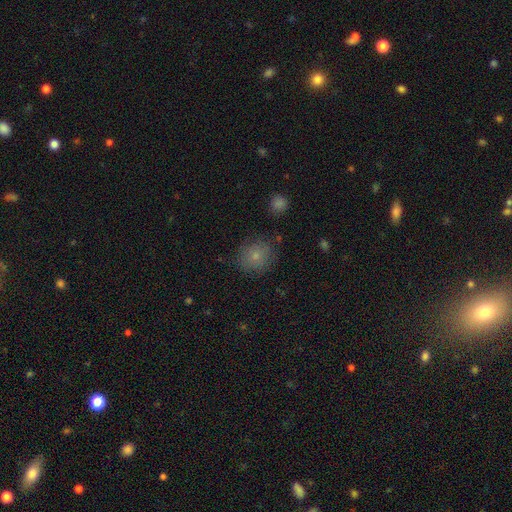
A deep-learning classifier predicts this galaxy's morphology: smooth_or_featured: smooth (p=0.78) [alt: star or artifact p=0.12]
how_rounded: round (p=0.82) [alt: in between p=0.17]
merging: none (p=0.81) [alt: minor disturbance p=0.13]